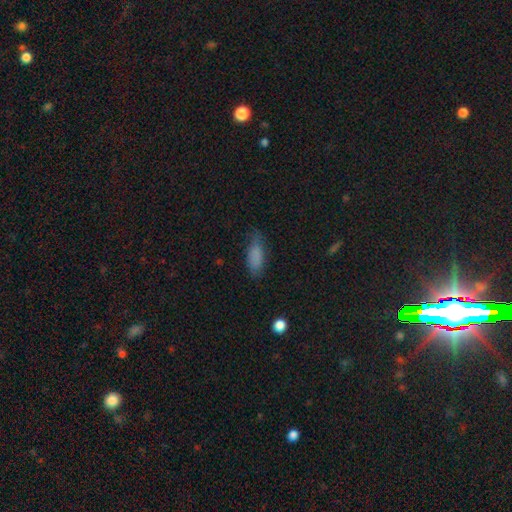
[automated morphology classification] Smooth or featured: smooth — 81% (featured or disk — 10%)
How rounded: in between — 77% (cigar-shaped — 20%)
Merging: none — 63% (minor disturbance — 27%)